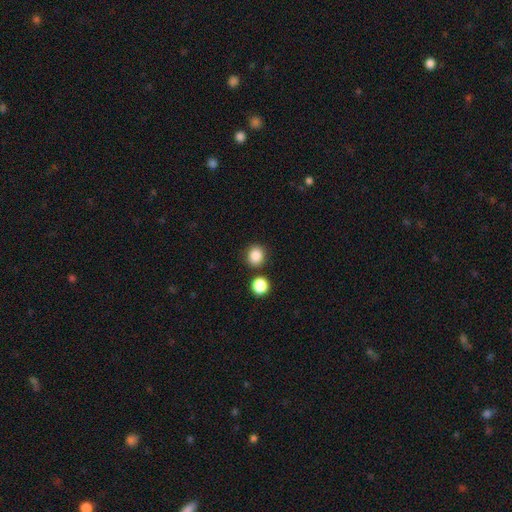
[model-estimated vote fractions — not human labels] This is clearly a smooth galaxy (86%). How rounded: clearly round (84%). Merging: clearly none (82%).